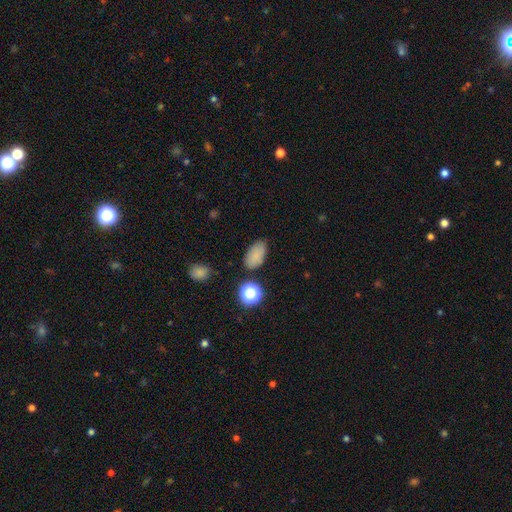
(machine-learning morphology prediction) Smooth or featured? Predicted: smooth (p=0.80). How rounded? Predicted: in between (p=0.90). Merging? Predicted: none (p=0.77).